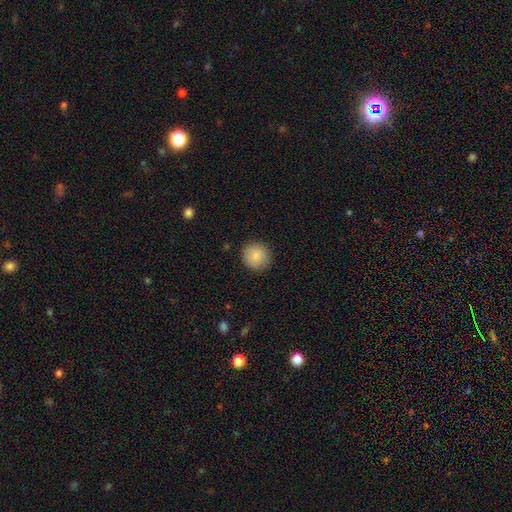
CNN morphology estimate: smooth 86%, star or artifact 8%, featured or disk 6%. Down the decision tree: how rounded — round (93%); merging — none (90%).